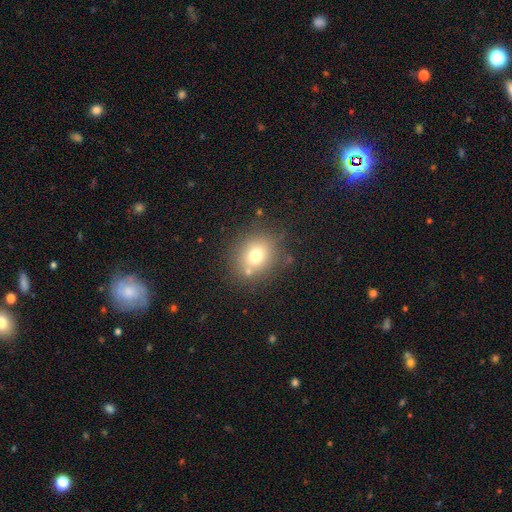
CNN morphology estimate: Smooth or featured: smooth — 71% (star or artifact — 15%)
How rounded: round — 68% (in between — 31%)
Merging: none — 75% (minor disturbance — 12%)